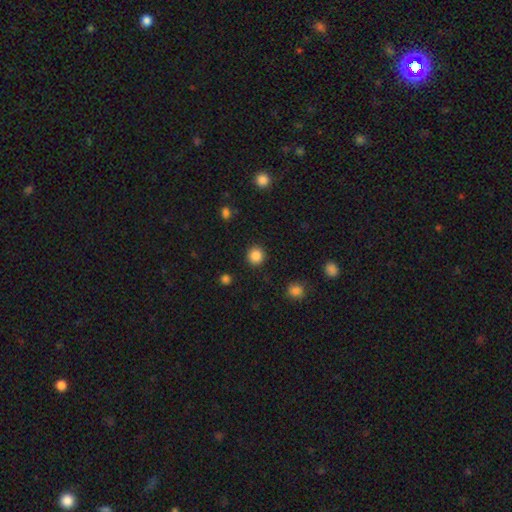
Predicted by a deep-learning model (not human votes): Overall: smooth (87%). How rounded: round (93%). Merging: none (91%).